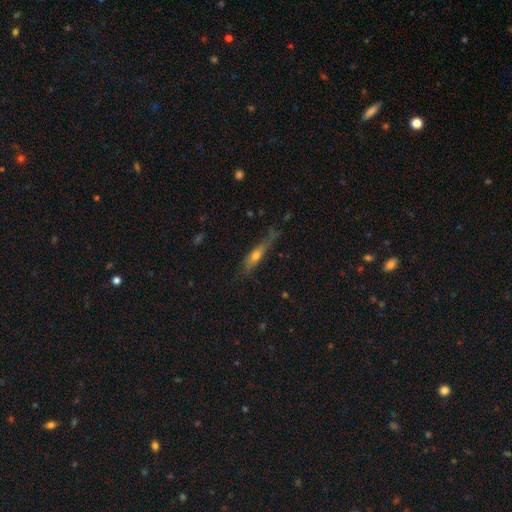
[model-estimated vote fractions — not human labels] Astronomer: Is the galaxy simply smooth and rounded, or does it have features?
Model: featured or disk — 46% (runner-up: smooth, 45%).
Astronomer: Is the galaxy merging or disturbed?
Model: none — 54% (runner-up: minor disturbance, 30%).